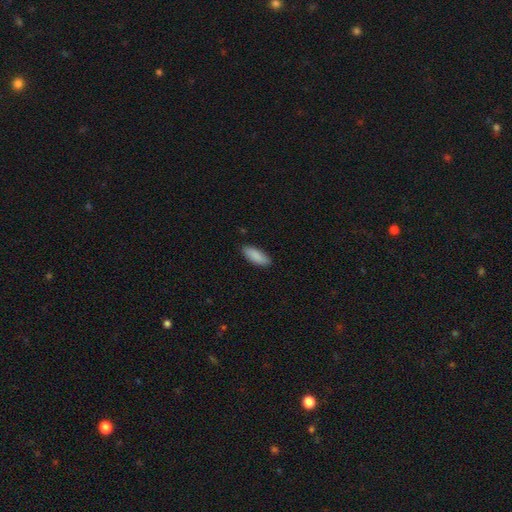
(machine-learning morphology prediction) This appears to be a smooth galaxy with no disk features (90%) that is in between round and cigar-shaped (74%). Merging: none (87%).